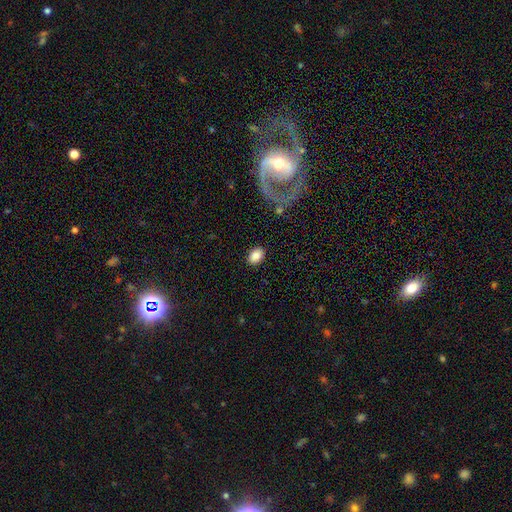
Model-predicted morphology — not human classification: The model was most divided on "how rounded": in between: 79%, round: 20%, cigar-shaped: 1%. More confident: merging — none (86%); smooth or featured — smooth (86%).